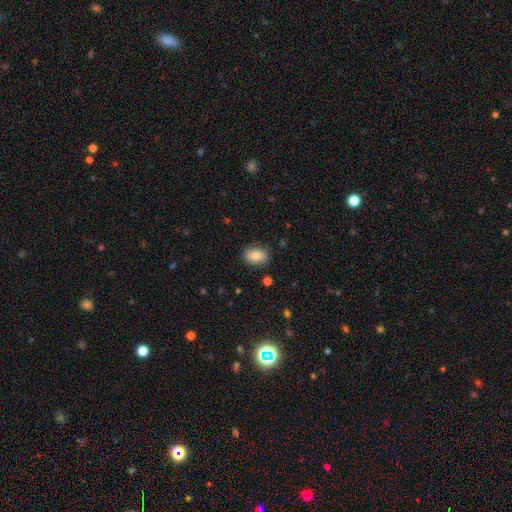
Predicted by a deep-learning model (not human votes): smooth 79%, featured or disk 12%, star or artifact 8%. Down the decision tree: how rounded — in between (73%); merging — none (85%).